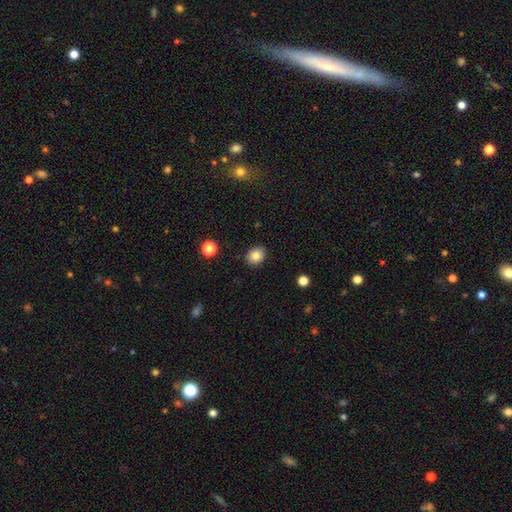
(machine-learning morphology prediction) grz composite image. It shows a smooth galaxy with no disk features (83%) that is round (58%). Merging: none (88%).